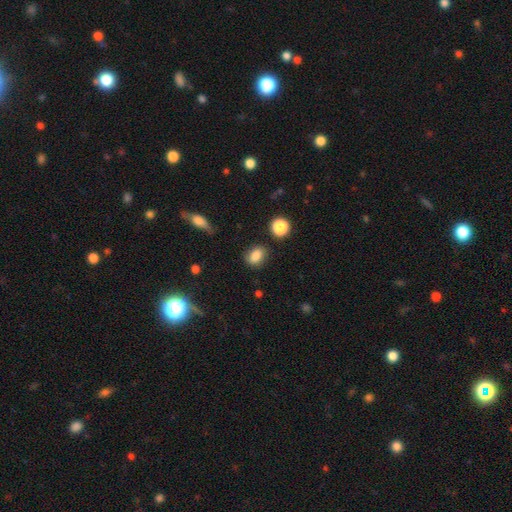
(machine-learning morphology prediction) The model was most divided on "how rounded": in between: 68%, round: 30%, cigar-shaped: 2%. More confident: smooth or featured — smooth (82%); merging — none (74%).